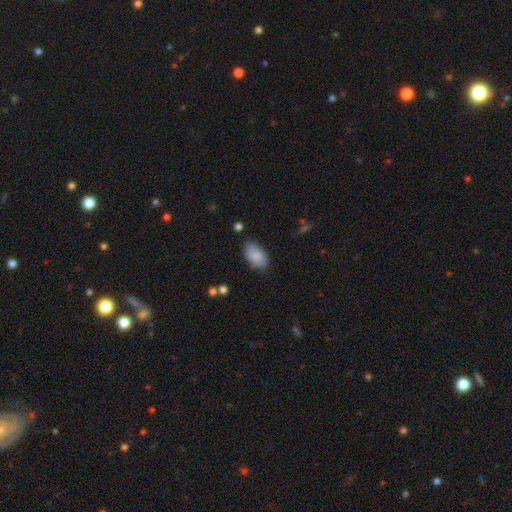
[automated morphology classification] The model was most divided on "merging": none: 78%, minor disturbance: 16%, major disturbance: 4%, merger: 2%. More confident: how rounded — in between (93%); smooth or featured — smooth (86%).